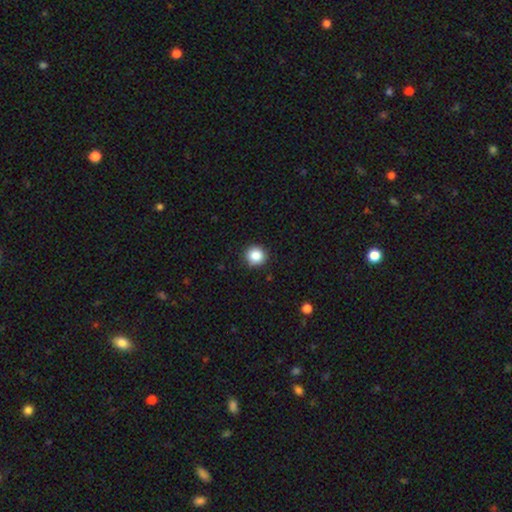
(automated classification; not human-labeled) Smooth or featured? smooth (86%)
How rounded? round (92%)
Merging? none (89%)